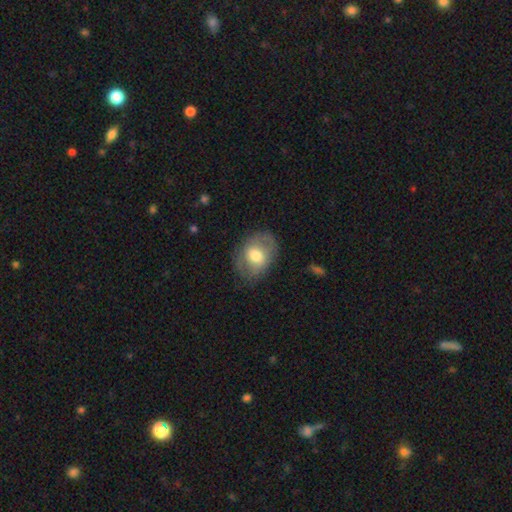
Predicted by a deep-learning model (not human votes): Smooth or featured? Predicted: smooth (p=0.57). How rounded? Predicted: in between (p=0.65). Merging? Predicted: none (p=0.72).